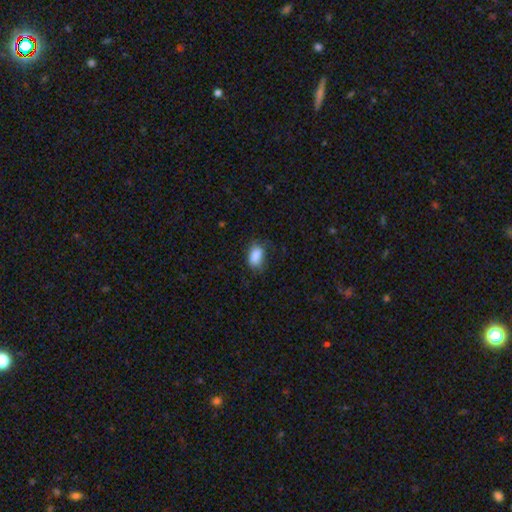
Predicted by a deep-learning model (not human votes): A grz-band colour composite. It shows a smooth galaxy with no disk features (86%) that is in between round and cigar-shaped (88%). Merging: none (66%).